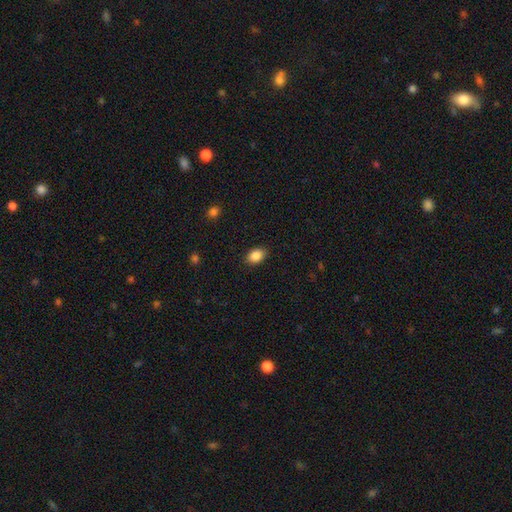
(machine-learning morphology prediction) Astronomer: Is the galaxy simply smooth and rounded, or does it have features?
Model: smooth — 87%.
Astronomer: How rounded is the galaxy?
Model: in between — 79%.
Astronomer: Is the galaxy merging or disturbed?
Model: none — 88%.